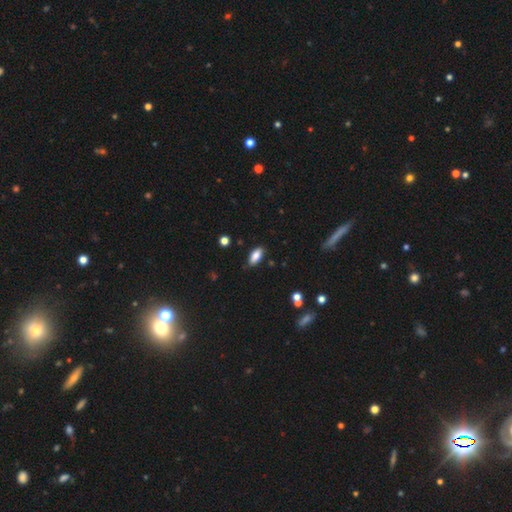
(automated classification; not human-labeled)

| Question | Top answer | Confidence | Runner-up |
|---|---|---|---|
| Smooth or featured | smooth | 84% | featured or disk (8%) |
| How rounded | in between | 89% | cigar-shaped (9%) |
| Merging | none | 85% | minor disturbance (11%) |